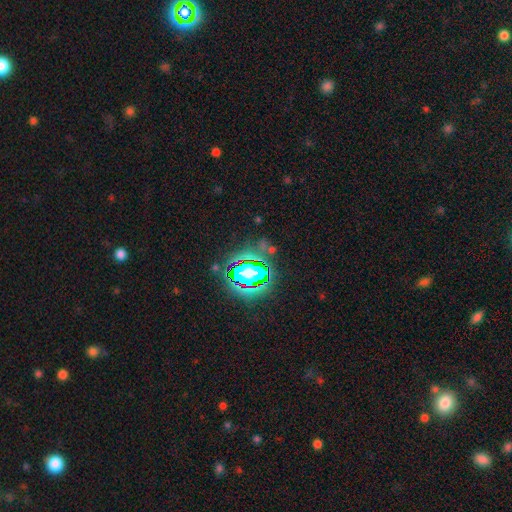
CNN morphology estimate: star or artifact 82%, smooth 11%, featured or disk 8%.